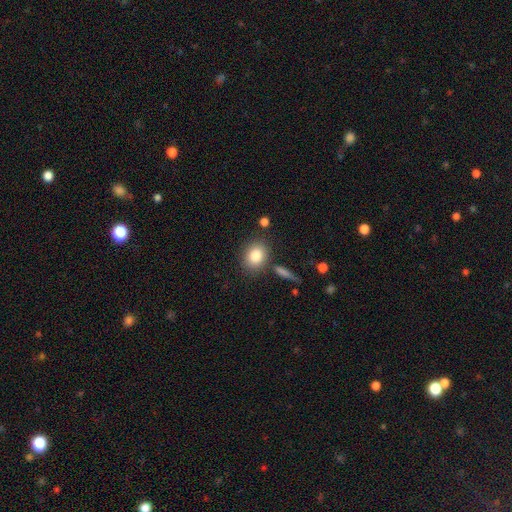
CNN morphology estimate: smooth-or-featured: smooth: 84% | star or artifact: 8% | featured or disk: 8%
  how-rounded: round: 52% | in between: 46% | cigar-shaped: 2%
  merging: none: 79% | minor disturbance: 11% | merger: 7% | major disturbance: 4%